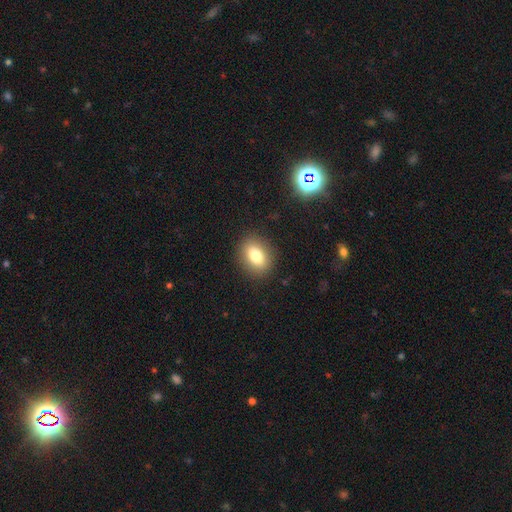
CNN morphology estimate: Smooth or featured: smooth — 79% (featured or disk — 11%)
How rounded: in between — 69% (round — 29%)
Merging: none — 88% (minor disturbance — 8%)